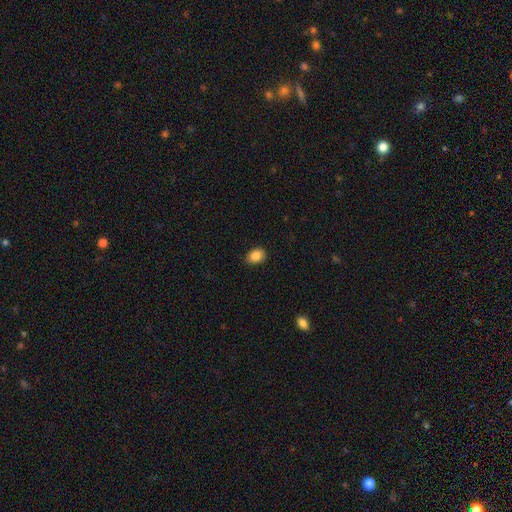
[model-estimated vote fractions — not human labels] Overall: smooth (87%). How rounded: in between (71%). Merging: none (84%).